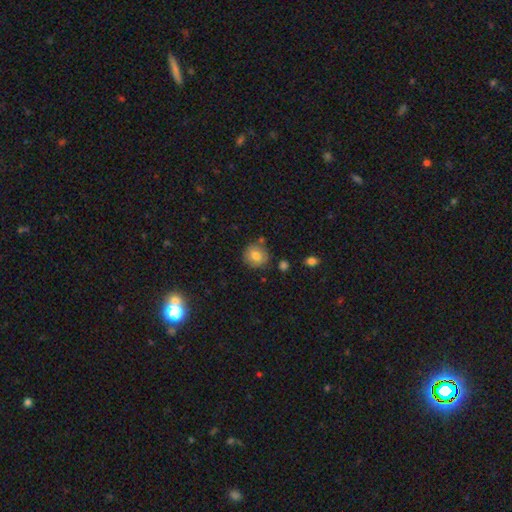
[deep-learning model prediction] Smooth or featured? Predicted: smooth (p=0.77). How rounded? Predicted: round (p=0.87). Merging? Predicted: none (p=0.77).